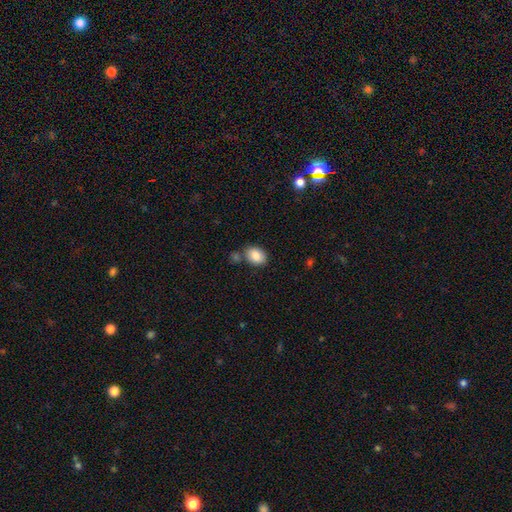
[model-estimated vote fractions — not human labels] Q: Smooth or featured?
A: smooth (86%); runner-up: star or artifact (8%)
Q: How rounded?
A: in between (74%); runner-up: round (25%)
Q: Merging?
A: none (68%); runner-up: minor disturbance (14%)